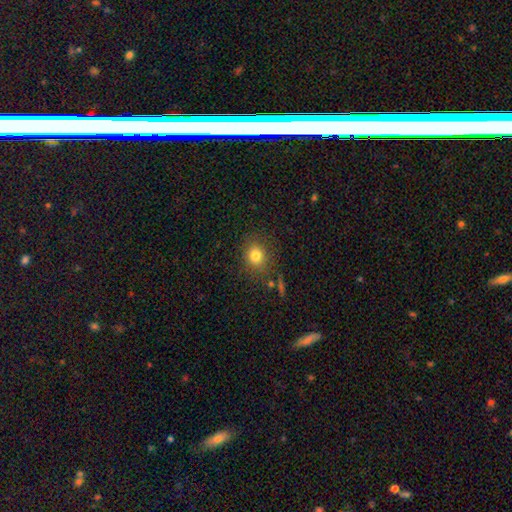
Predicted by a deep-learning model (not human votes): Morphology: type=smooth (80%); roundness=round (73%); merging=none (80%).